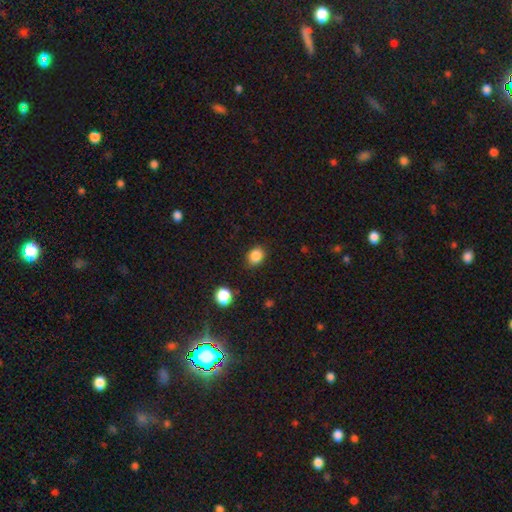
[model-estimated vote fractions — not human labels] smooth 86%, star or artifact 10%, featured or disk 4%. Down the decision tree: how rounded — round (53%); merging — none (85%).